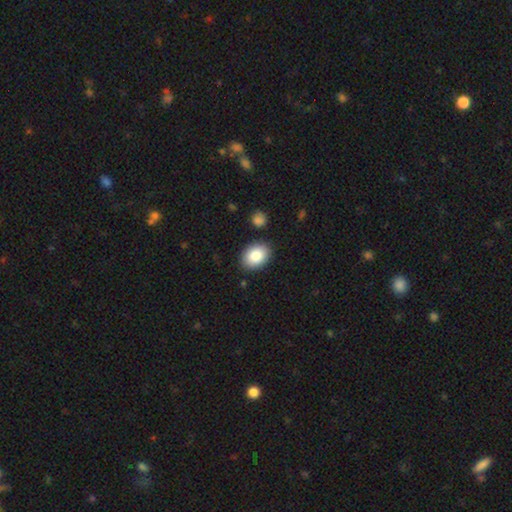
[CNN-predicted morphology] This appears to be a smooth galaxy with no disk features (87%) that is in between round and cigar-shaped (80%). Merging: none (86%).